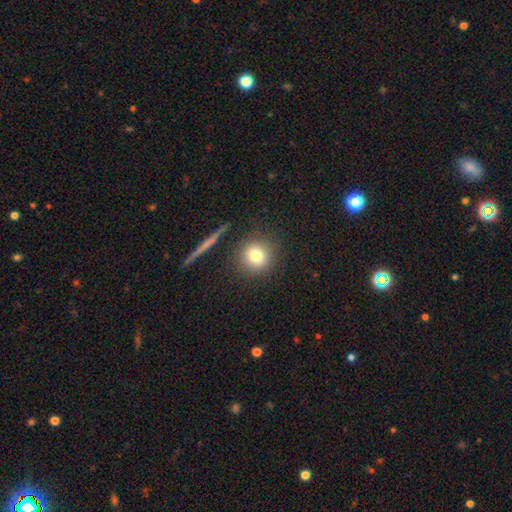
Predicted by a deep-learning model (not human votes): Smooth or featured? smooth (77%)
How rounded? round (86%)
Merging? none (86%)